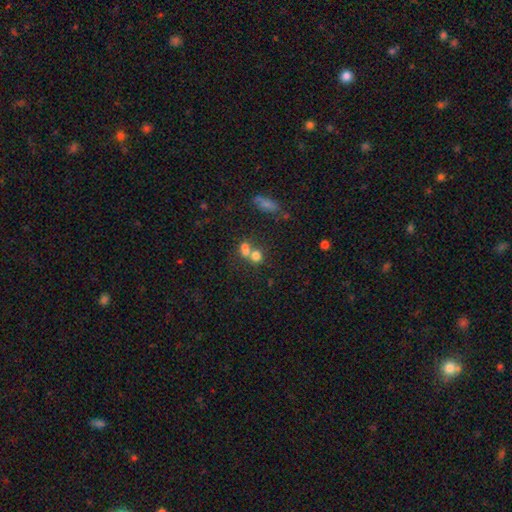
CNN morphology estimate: Smooth or featured? Predicted: smooth (p=0.70). How rounded? Predicted: round (p=0.75). Merging? Predicted: merger (p=0.55).